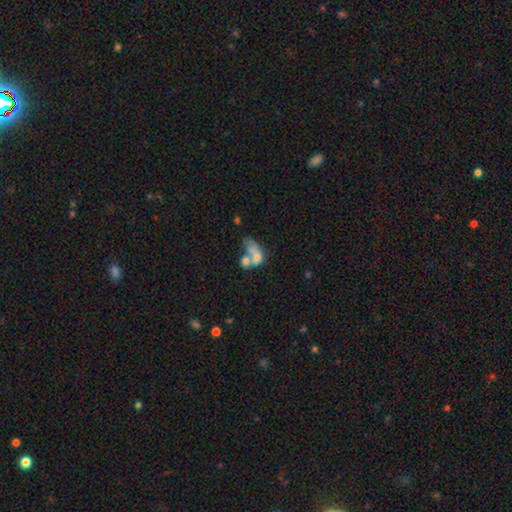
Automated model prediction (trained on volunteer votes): This is possibly a smooth galaxy (59%). How rounded: likely in between (76%). Merging: possibly merger (60%).